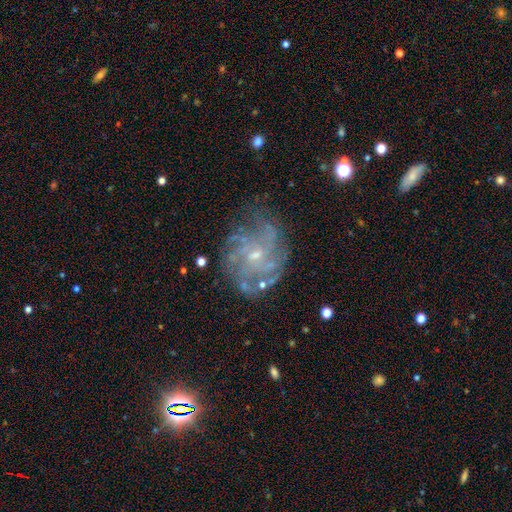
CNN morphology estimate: smooth_or_featured: featured or disk (p=0.81) [alt: star or artifact p=0.10]
disk_edge_on: no (p=0.98) [alt: yes p=0.02]
bar: no (p=0.63) [alt: weak p=0.32]
has_spiral_arms: yes (p=0.91) [alt: no p=0.09]
spiral_winding: tight (p=0.47) [alt: medium p=0.38]
spiral_arm_count: can't tell (p=0.31) [alt: more than 4 p=0.22]
bulge_size: small (p=0.72) [alt: moderate p=0.22]
merging: none (p=0.69) [alt: minor disturbance p=0.18]